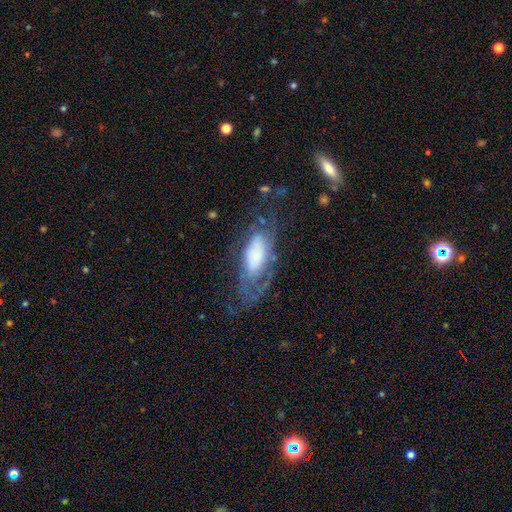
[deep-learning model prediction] A featured or disk galaxy (59%) with no bar (73%), spiral arms (73%) and a large central bulge (42%). Merging: none (49%).